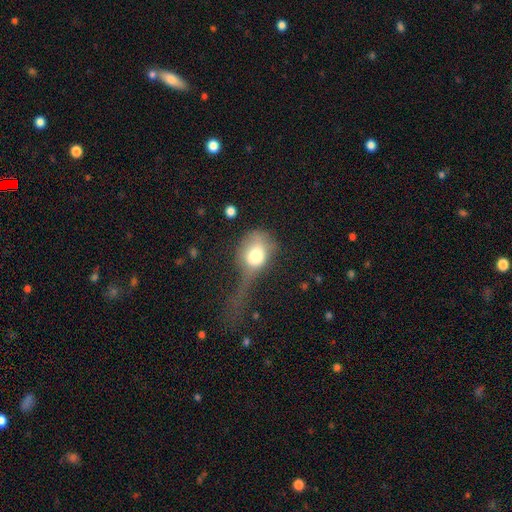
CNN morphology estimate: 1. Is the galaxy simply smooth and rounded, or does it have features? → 73% smooth, 19% featured or disk, 8% star or artifact.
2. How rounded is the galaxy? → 52% in between, 46% round, 2% cigar-shaped.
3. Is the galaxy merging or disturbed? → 56% major disturbance, 22% minor disturbance, 15% none, 7% merger.